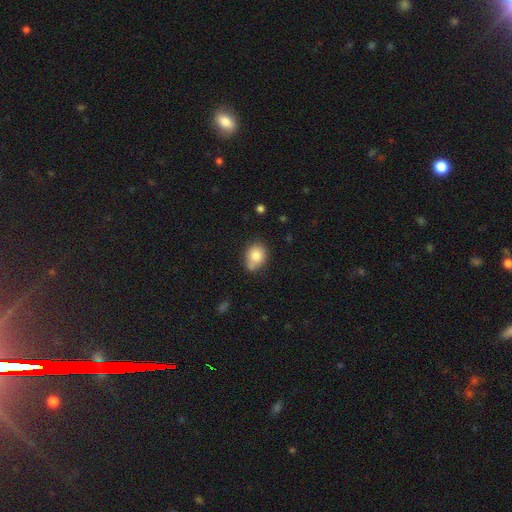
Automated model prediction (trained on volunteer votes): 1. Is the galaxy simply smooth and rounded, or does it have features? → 82% smooth, 10% featured or disk, 9% star or artifact.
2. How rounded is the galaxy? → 60% in between, 39% round, 1% cigar-shaped.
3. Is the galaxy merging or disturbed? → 57% none, 27% minor disturbance, 10% merger, 6% major disturbance.